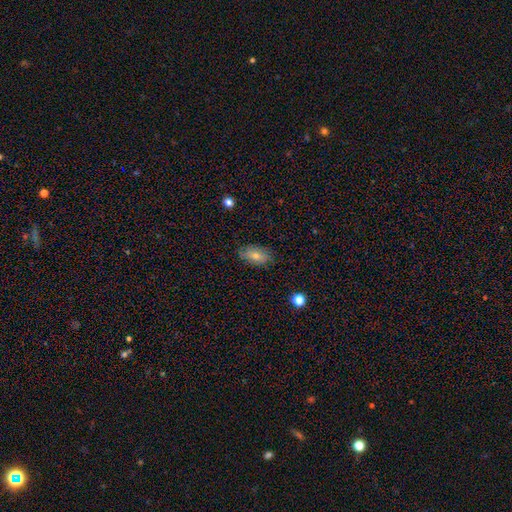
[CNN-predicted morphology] A smooth galaxy with no disk features (74%) that is in between round and cigar-shaped (91%).

Vote fractions:
- Smooth or featured? smooth: 74% / featured or disk: 17% / star or artifact: 8%
- How rounded? in between: 91% / round: 6% / cigar-shaped: 4%
- Merging? none: 81% / minor disturbance: 15% / major disturbance: 3% / merger: 1%